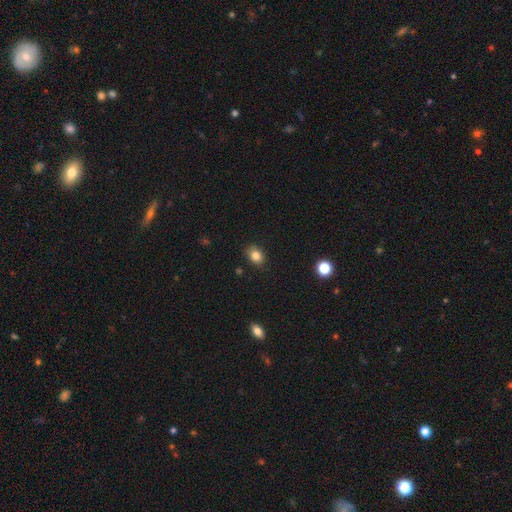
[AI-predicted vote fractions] Smooth or featured?
  - smooth: 83% *
  - star or artifact: 11%
  - featured or disk: 7%
How rounded?
  - in between: 61% *
  - round: 38%
  - cigar-shaped: 1%
Merging?
  - none: 86% *
  - minor disturbance: 10%
  - major disturbance: 2%
  - merger: 1%